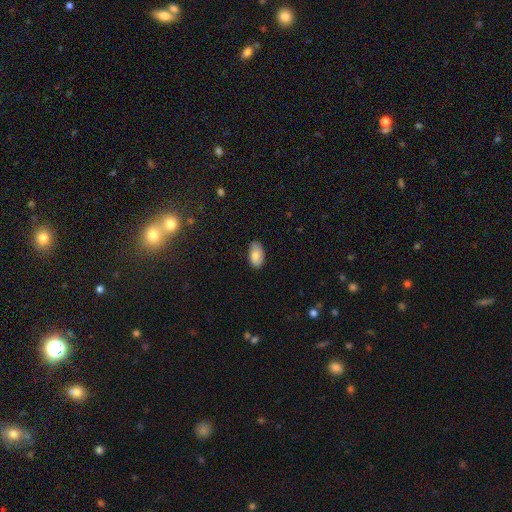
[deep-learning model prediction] A smooth galaxy with no disk features (80%) that is in between round and cigar-shaped (94%). Merging: none (81%).